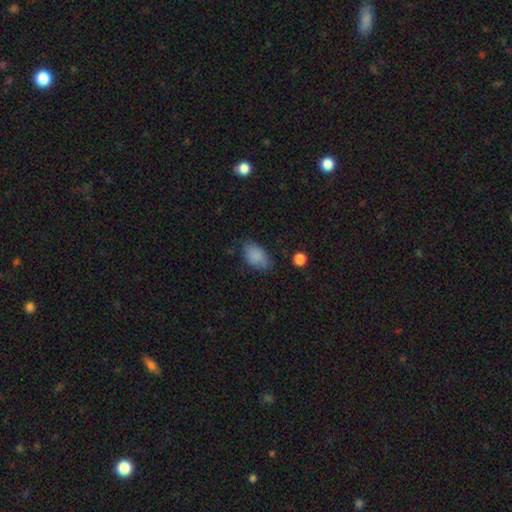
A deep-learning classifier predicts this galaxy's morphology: smooth_or_featured: smooth (p=0.86) [alt: star or artifact p=0.09]
how_rounded: in between (p=0.90) [alt: round p=0.08]
merging: none (p=0.70) [alt: minor disturbance p=0.22]